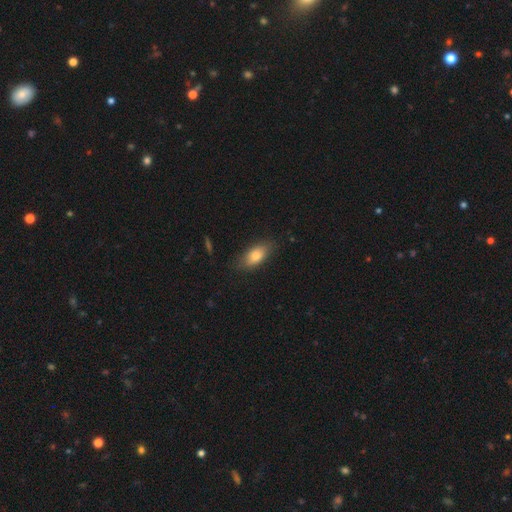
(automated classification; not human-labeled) Smooth or featured: smooth — 79% (featured or disk — 14%)
How rounded: in between — 84% (cigar-shaped — 11%)
Merging: none — 80% (minor disturbance — 16%)